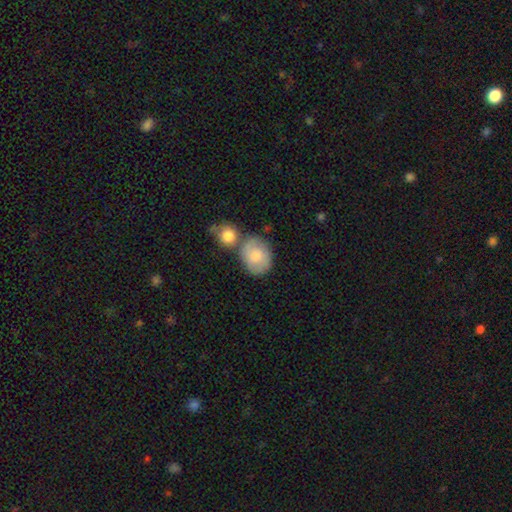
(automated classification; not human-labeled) Smooth or featured? Predicted: smooth (p=0.69). How rounded? Predicted: round (p=0.57). Merging? Predicted: none (p=0.51).